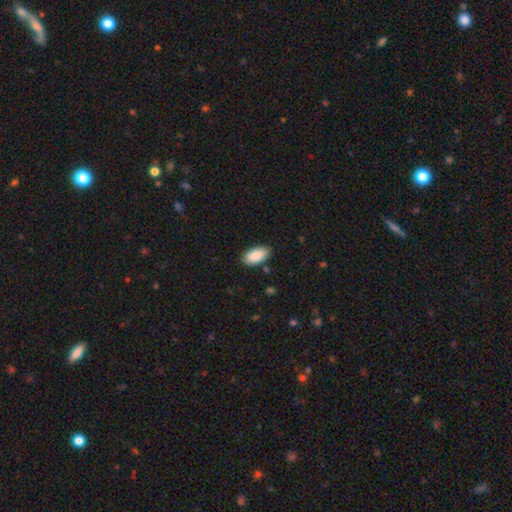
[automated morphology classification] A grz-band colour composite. It shows a smooth galaxy with no disk features (89%) that is in between round and cigar-shaped (95%). Merging: none (86%).